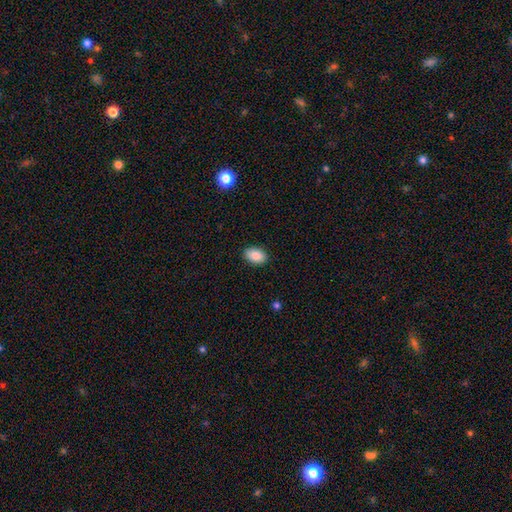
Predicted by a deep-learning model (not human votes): Smooth or featured? Predicted: smooth (p=0.87). How rounded? Predicted: in between (p=0.89). Merging? Predicted: none (p=0.89).